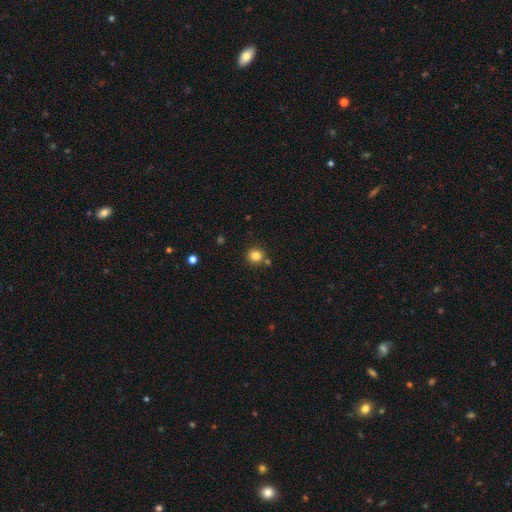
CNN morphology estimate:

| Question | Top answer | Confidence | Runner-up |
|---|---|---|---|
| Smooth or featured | smooth | 83% | star or artifact (12%) |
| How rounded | round | 87% | in between (12%) |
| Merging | none | 79% | merger (9%) |